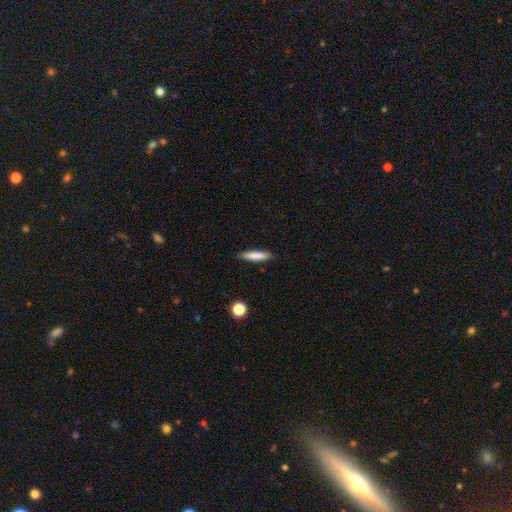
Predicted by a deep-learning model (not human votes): The model was most divided on "smooth or featured": smooth: 80%, featured or disk: 14%, star or artifact: 7%. More confident: merging — none (88%); how rounded — cigar-shaped (83%).